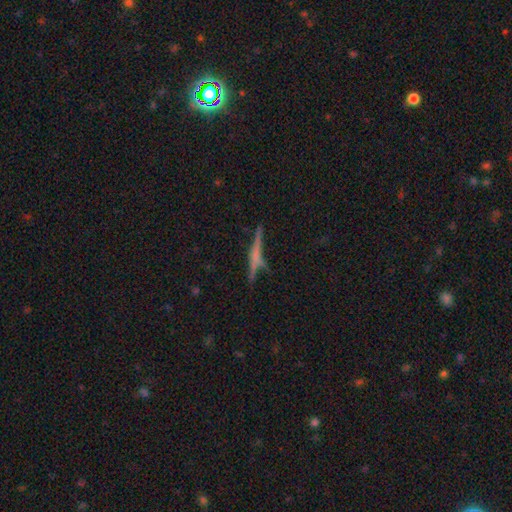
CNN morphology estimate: Overall: featured or disk (56%; smooth 33%). Edge-on disk: yes (94%). Edge-on bulge: none (54%; rounded 31%). Merging: none (71%).